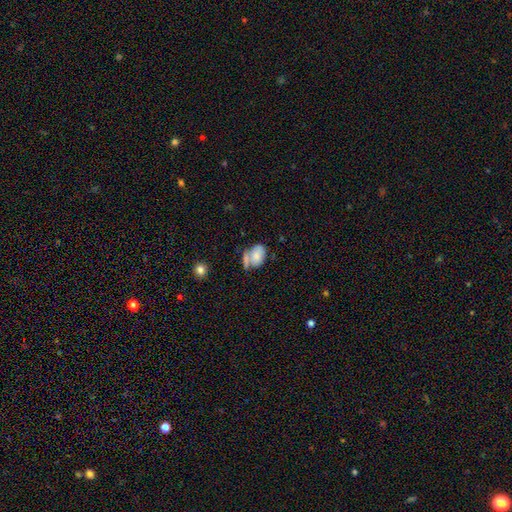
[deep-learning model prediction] Smooth or featured? Predicted: smooth (p=0.70). How rounded? Predicted: in between (p=0.81). Merging? Predicted: none (p=0.40).